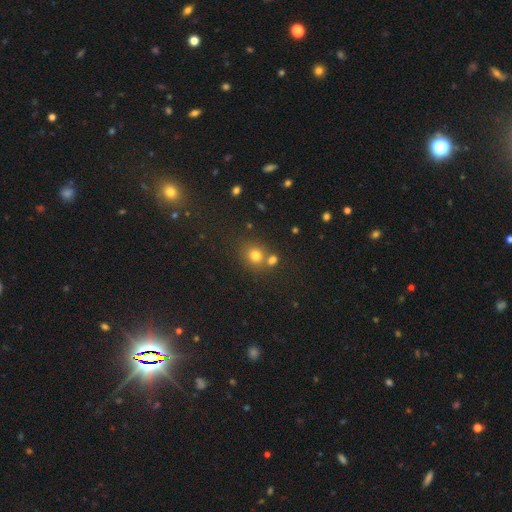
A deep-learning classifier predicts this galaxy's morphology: Smooth or featured: smooth — 76% (star or artifact — 16%)
How rounded: round — 80% (in between — 19%)
Merging: none — 60% (merger — 27%)